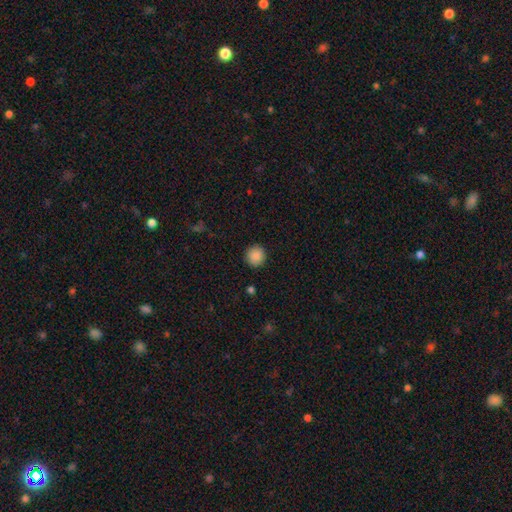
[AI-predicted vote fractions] This is clearly a smooth galaxy (89%). How rounded: clearly round (93%). Merging: clearly none (91%).